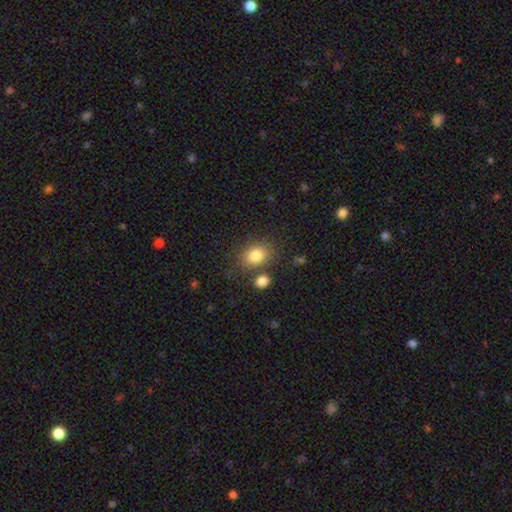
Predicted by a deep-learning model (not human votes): smooth_or_featured: smooth (p=0.83) [alt: star or artifact p=0.09]
how_rounded: in between (p=0.64) [alt: round p=0.35]
merging: none (p=0.71) [alt: minor disturbance p=0.13]